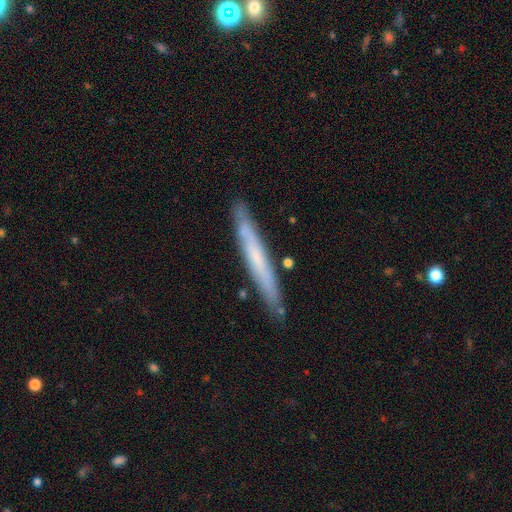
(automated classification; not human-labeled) Smooth or featured?
  - smooth: 50% *
  - featured or disk: 45%
  - star or artifact: 6%
Merging?
  - none: 85% *
  - minor disturbance: 11%
  - merger: 2%
  - major disturbance: 2%